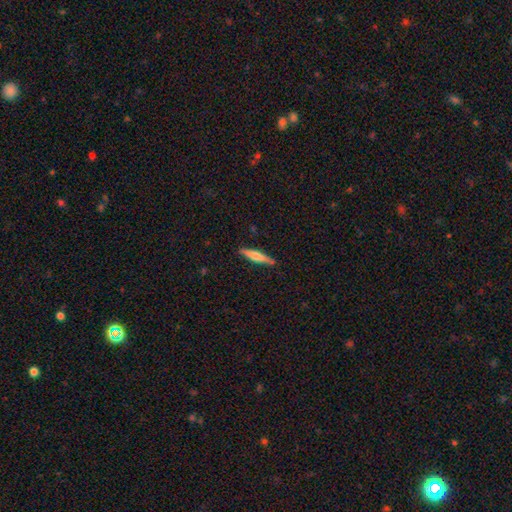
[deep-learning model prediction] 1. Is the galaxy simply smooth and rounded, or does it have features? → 54% smooth, 41% featured or disk, 5% star or artifact.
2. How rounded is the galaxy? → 87% cigar-shaped, 12% in between, 2% round.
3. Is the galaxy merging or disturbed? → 88% none, 9% minor disturbance, 2% major disturbance, 2% merger.